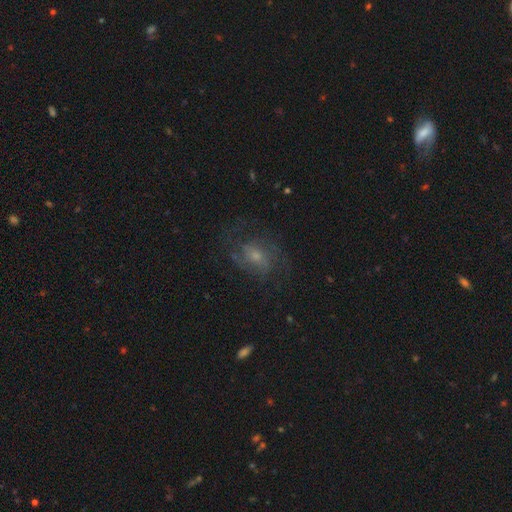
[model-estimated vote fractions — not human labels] smooth_or_featured: featured or disk (p=0.62) [alt: smooth p=0.24]
disk_edge_on: no (p=0.96) [alt: yes p=0.04]
bar: no (p=0.61) [alt: weak p=0.33]
has_spiral_arms: yes (p=0.82) [alt: no p=0.18]
bulge_size: small (p=0.54) [alt: moderate p=0.35]
merging: none (p=0.61) [alt: major disturbance p=0.19]